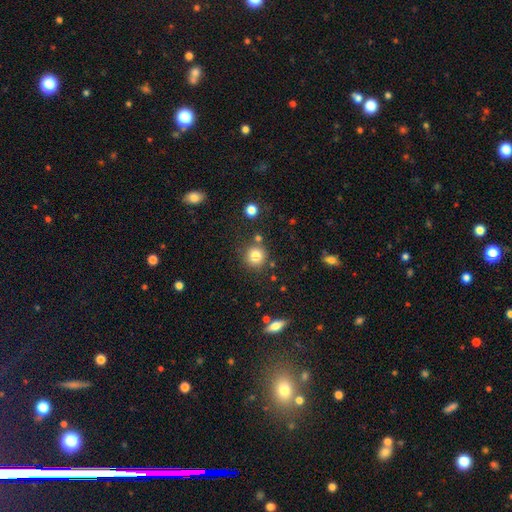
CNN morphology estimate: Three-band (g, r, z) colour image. It shows a smooth galaxy with no disk features (81%) that is round (92%). Merging: none (81%).